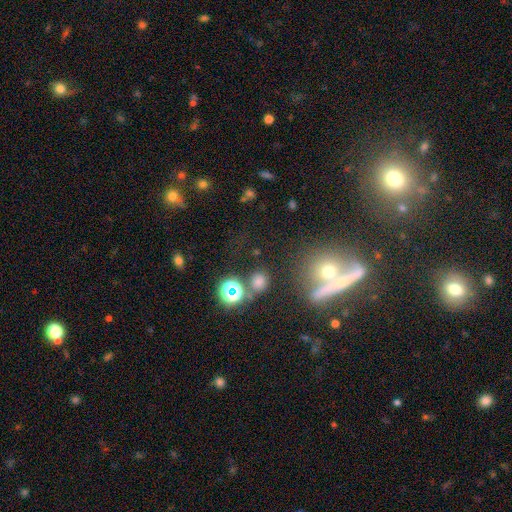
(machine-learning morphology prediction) smooth_or_featured: star or artifact (p=0.56) [alt: smooth p=0.23]